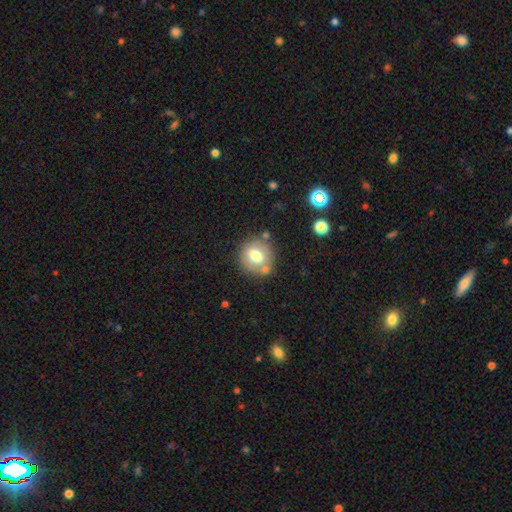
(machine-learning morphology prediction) This appears to be a smooth galaxy with no disk features (68%) that is round (79%). Merging: none (69%).